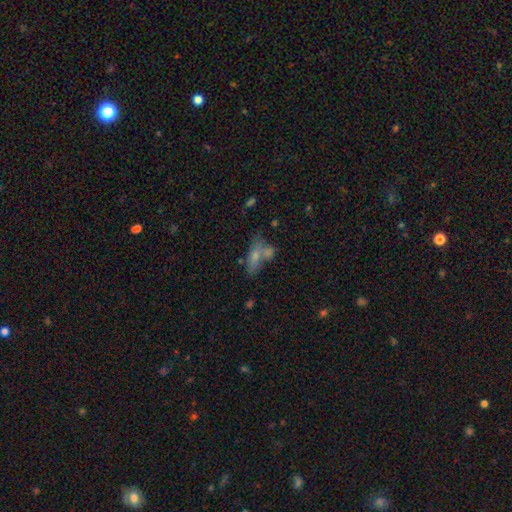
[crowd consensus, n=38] smooth-or-featured: smooth: 47% | featured or disk: 42% | star or artifact: 11%
  how-rounded: in between: 61% | cigar-shaped: 33% | round: 6%
  merging: none: 35% (tied) | merger: 35% (tied) | minor disturbance: 15% | major disturbance: 15%